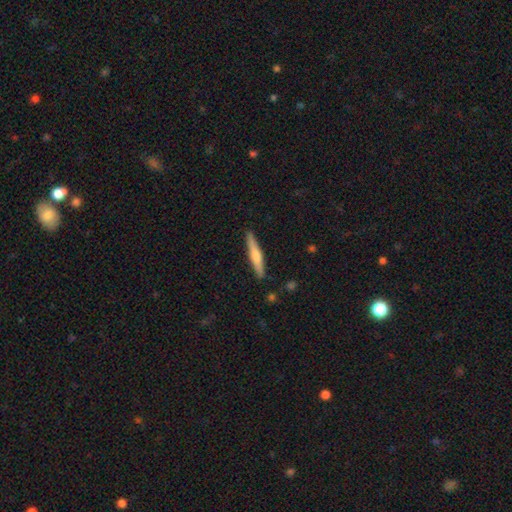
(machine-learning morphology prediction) This appears to be a featured or disk galaxy (52%) viewed edge-on (96%). Merging: none (90%).